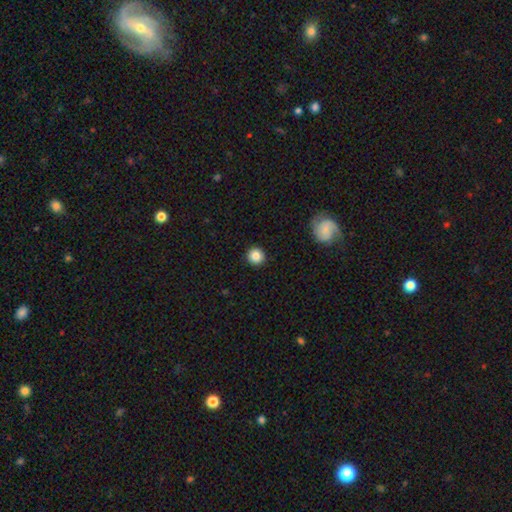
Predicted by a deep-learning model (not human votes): smooth 85%, star or artifact 10%, featured or disk 6%. Down the decision tree: how rounded — round (95%); merging — none (92%).